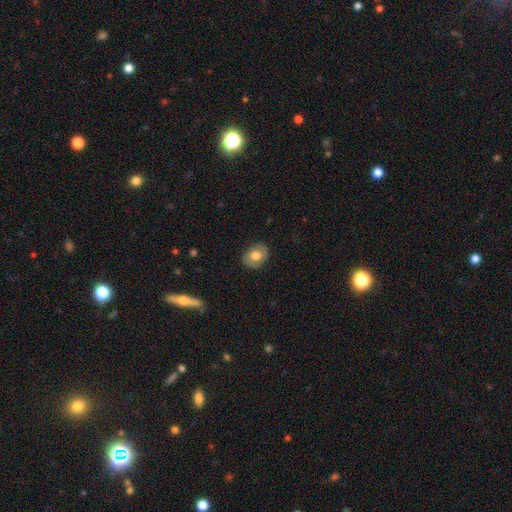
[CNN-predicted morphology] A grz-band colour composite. It shows a smooth galaxy with no disk features (71%) that is in between round and cigar-shaped (62%). Merging: none (84%).